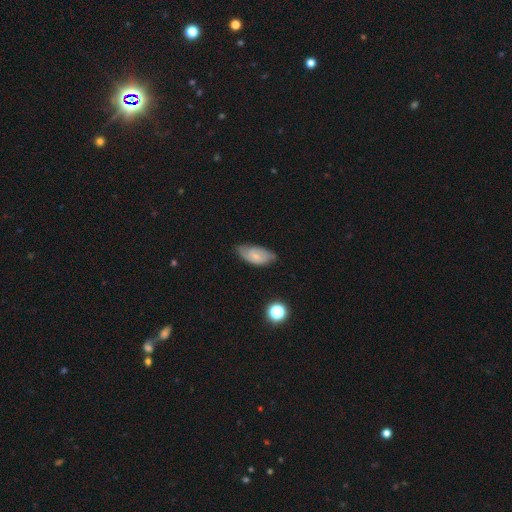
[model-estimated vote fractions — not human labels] Morphology: type=featured or disk (56%); edge-on=no (93%); bar=no (56%); spiral arms=yes (84%); bulge=small (66%); merging=none (66%).